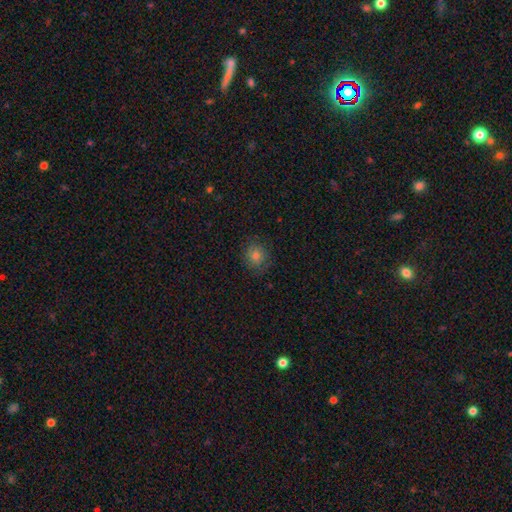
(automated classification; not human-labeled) A smooth galaxy with no disk features (73%) that is round (83%).

Vote fractions:
- Smooth or featured? smooth: 73% / star or artifact: 15% / featured or disk: 12%
- How rounded? round: 83% / in between: 16% / cigar-shaped: 1%
- Merging? none: 83% / minor disturbance: 13% / major disturbance: 4% / merger: 1%